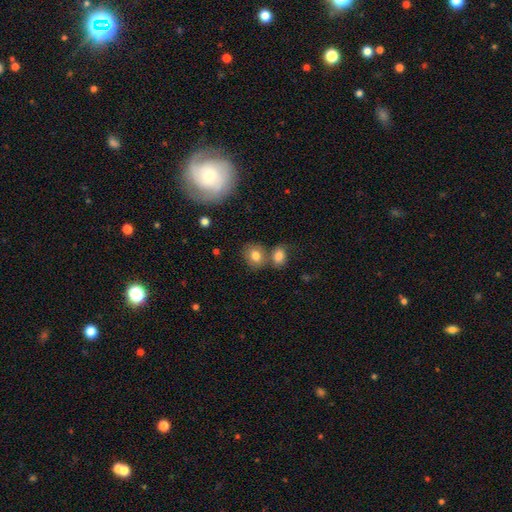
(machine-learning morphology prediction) This appears to be a smooth galaxy with no disk features (79%) that is round (56%). Merging: none (58%).